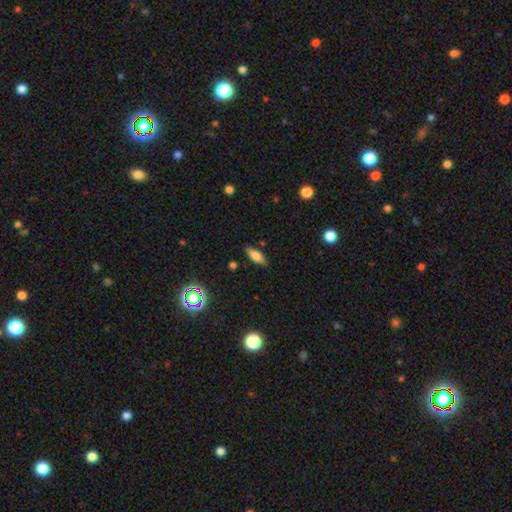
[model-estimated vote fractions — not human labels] This is likely a smooth galaxy (79%). How rounded: likely in between (79%). Merging: clearly none (85%).